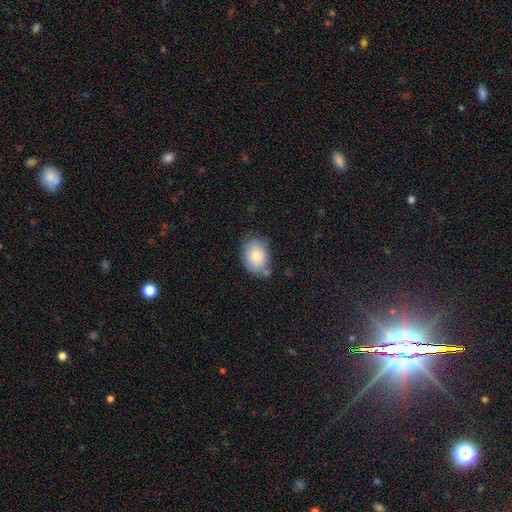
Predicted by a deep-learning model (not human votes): This is likely a smooth galaxy (71%). How rounded: likely in between (71%). Merging: likely none (65%).